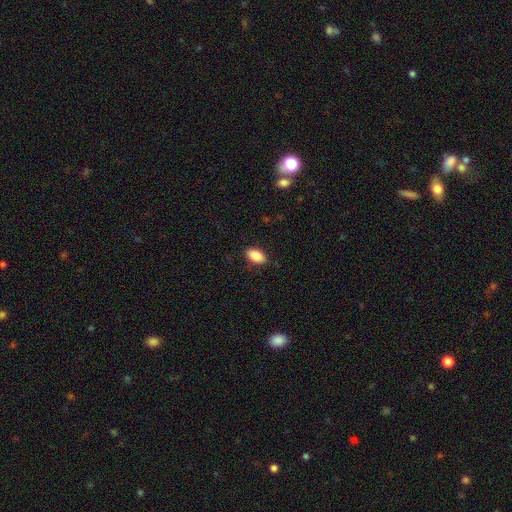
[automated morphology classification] This appears to be a smooth galaxy with no disk features (88%) that is in between round and cigar-shaped (93%). Merging: none (86%).